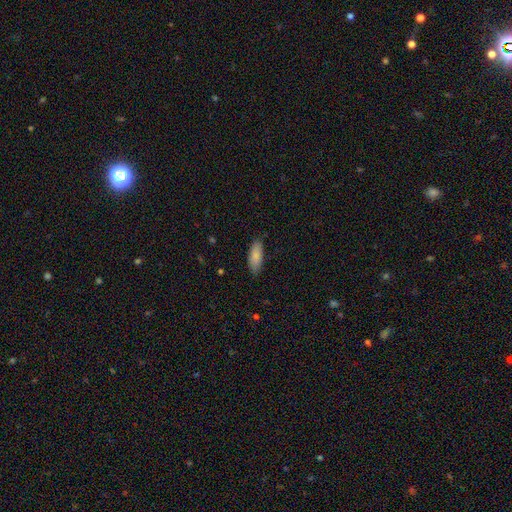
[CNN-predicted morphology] Smooth or featured?
  - smooth: 84% *
  - featured or disk: 10%
  - star or artifact: 6%
How rounded?
  - in between: 75% *
  - cigar-shaped: 23%
  - round: 2%
Merging?
  - none: 83% *
  - minor disturbance: 14%
  - major disturbance: 2%
  - merger: 1%